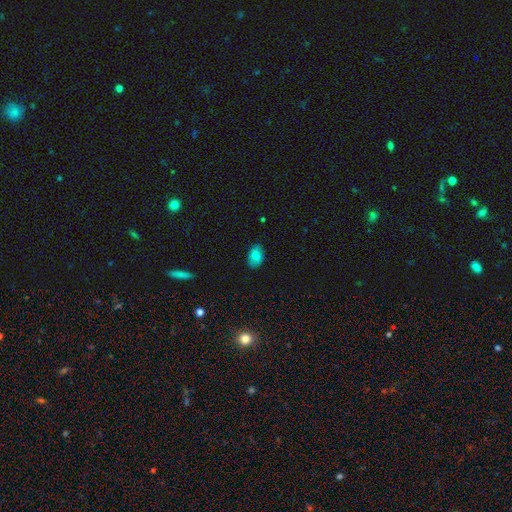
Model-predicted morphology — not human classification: This appears to be a smooth galaxy with no disk features (80%) that is in between round and cigar-shaped (87%). Merging: none (82%).